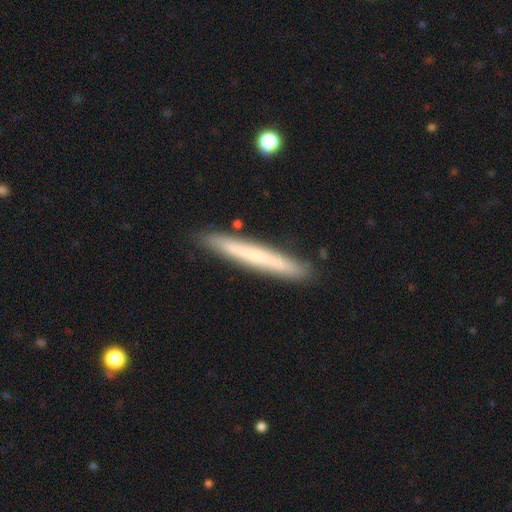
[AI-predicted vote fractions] Q: Smooth or featured?
A: smooth (54%); runner-up: featured or disk (40%)
Q: How rounded?
A: cigar-shaped (96%); runner-up: in between (2%)
Q: Merging?
A: none (88%); runner-up: minor disturbance (8%)